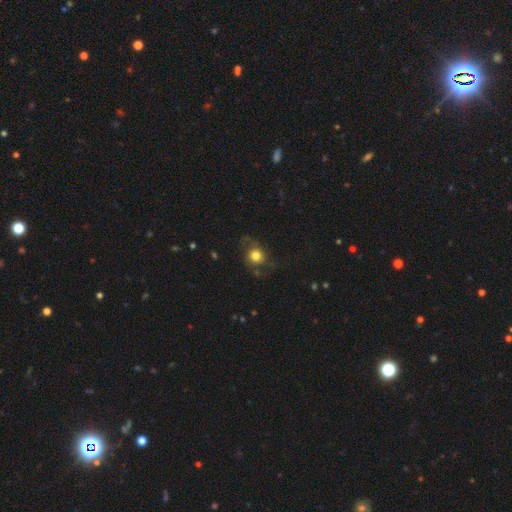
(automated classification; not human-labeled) smooth 60%, featured or disk 29%, star or artifact 11%. Down the decision tree: how rounded — round (78%); merging — none (59%).